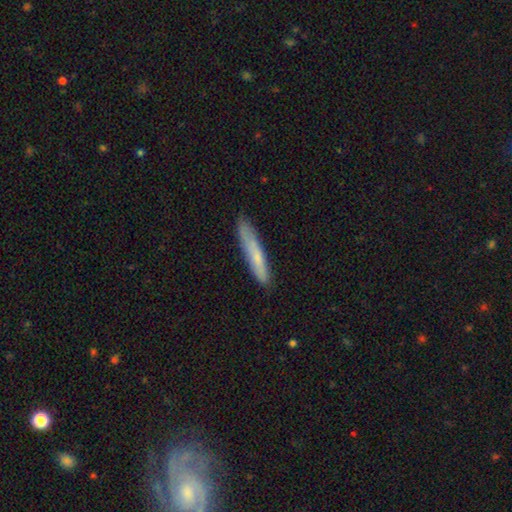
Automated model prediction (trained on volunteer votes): smooth-or-featured: smooth: 67% | featured or disk: 26% | star or artifact: 6%
  how-rounded: cigar-shaped: 93% | in between: 6% | round: 1%
  merging: none: 83% | minor disturbance: 13% | major disturbance: 2% | merger: 1%